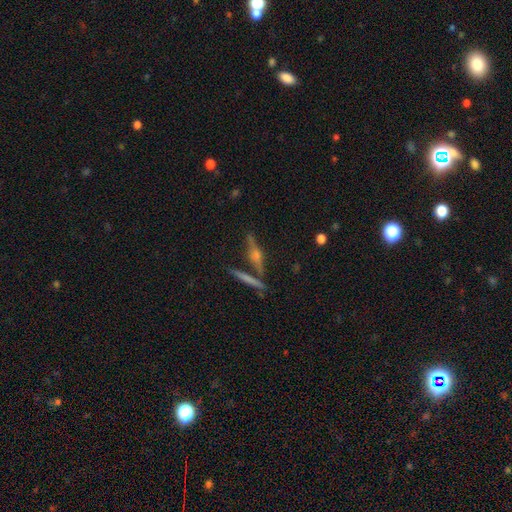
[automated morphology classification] Smooth or featured?
  - featured or disk: 70% *
  - smooth: 19%
  - star or artifact: 11%
Edge-on disk?
  - yes: 94% *
  - no: 6%
Edge-on bulge?
  - rounded: 76% *
  - none: 14%
  - boxy: 10%
Merging?
  - none: 76% *
  - merger: 11%
  - minor disturbance: 9%
  - major disturbance: 4%